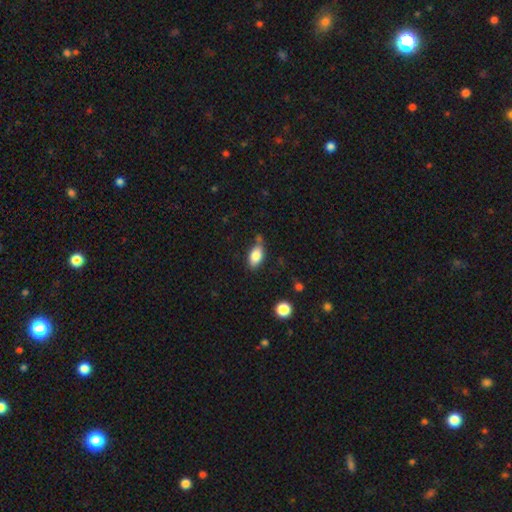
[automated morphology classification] A smooth galaxy with no disk features (84%) that is in between round and cigar-shaped (91%). Merging: none (68%).